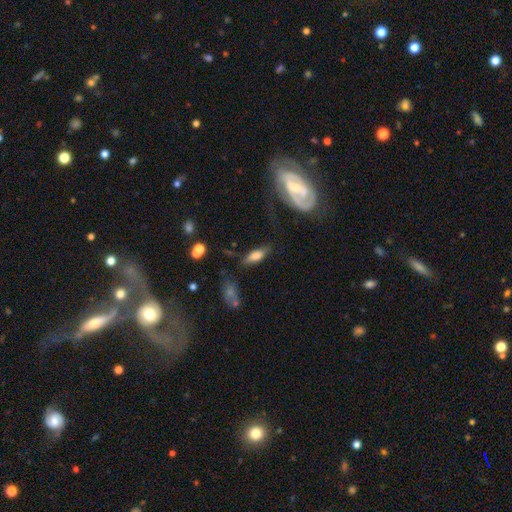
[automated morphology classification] type=smooth (66%); roundness=in between (67%); merging=none (70%).